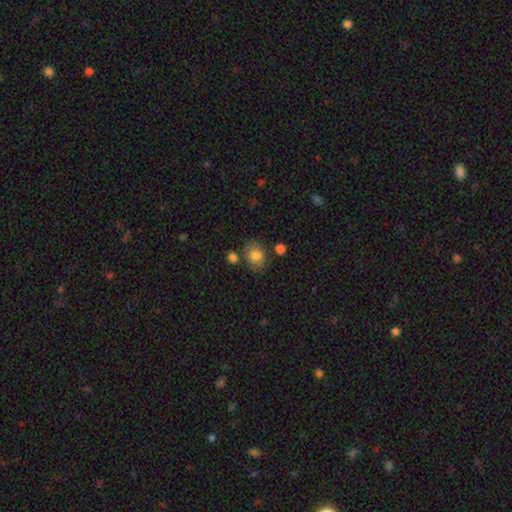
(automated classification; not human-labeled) Smooth or featured? smooth (82%)
How rounded? in between (51%)
Merging? none (74%)